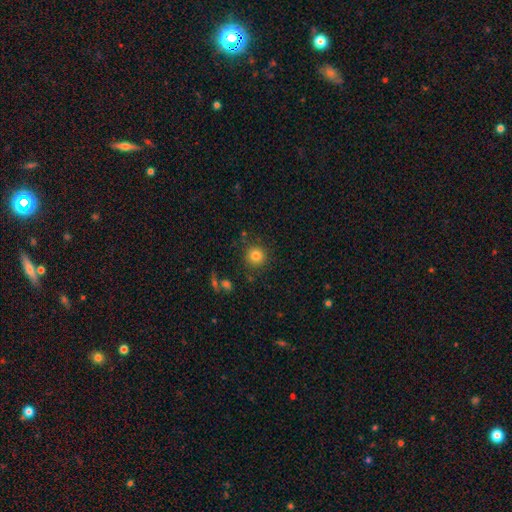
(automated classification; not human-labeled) Overall: smooth (82%). How rounded: round (92%). Merging: none (85%).